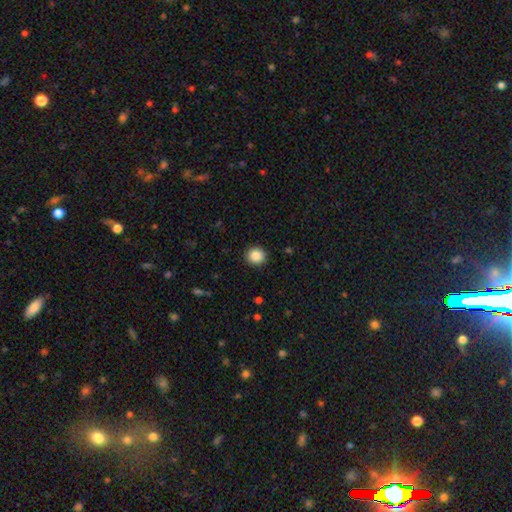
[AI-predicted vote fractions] This is clearly a smooth galaxy (87%). How rounded: clearly round (90%). Merging: clearly none (92%).